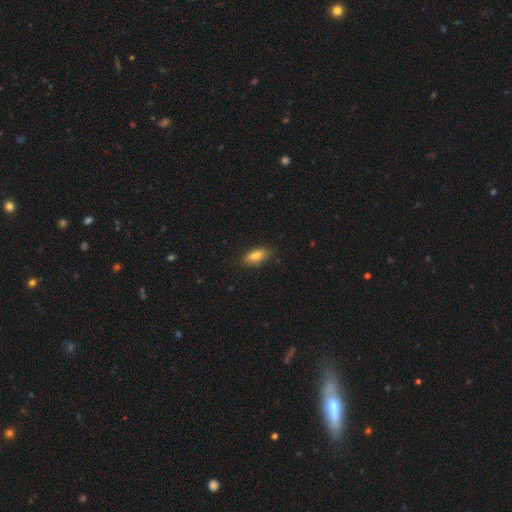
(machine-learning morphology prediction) Q: Smooth or featured?
A: smooth (80%); runner-up: featured or disk (12%)
Q: How rounded?
A: in between (85%); runner-up: cigar-shaped (11%)
Q: Merging?
A: none (83%); runner-up: minor disturbance (13%)